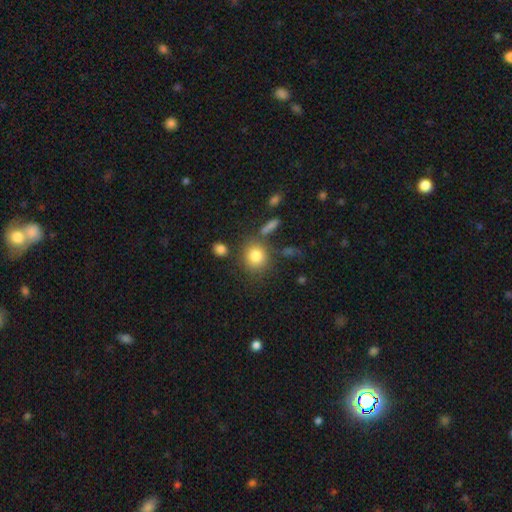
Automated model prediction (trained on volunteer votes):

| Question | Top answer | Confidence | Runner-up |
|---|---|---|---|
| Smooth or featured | smooth | 82% | star or artifact (10%) |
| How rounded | round | 81% | in between (18%) |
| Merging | none | 72% | minor disturbance (12%) |